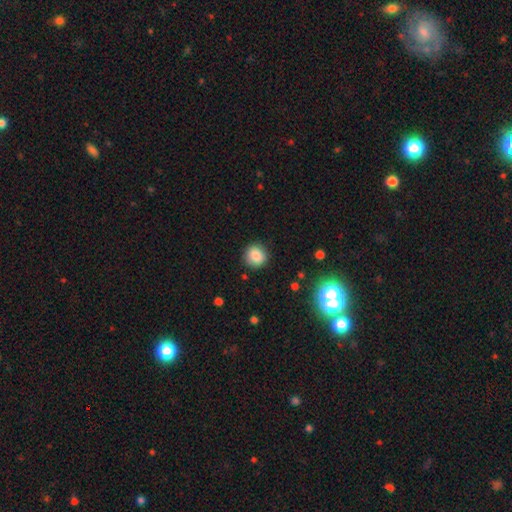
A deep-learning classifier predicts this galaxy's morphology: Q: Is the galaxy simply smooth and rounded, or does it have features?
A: smooth — 84%.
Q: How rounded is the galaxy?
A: round — 90%.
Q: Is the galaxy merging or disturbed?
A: none — 88%.